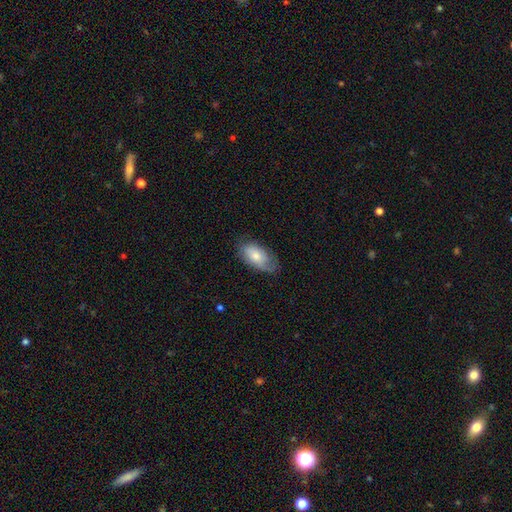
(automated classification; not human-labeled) Smooth or featured? Predicted: smooth (p=0.63). How rounded? Predicted: in between (p=0.92). Merging? Predicted: none (p=0.64).